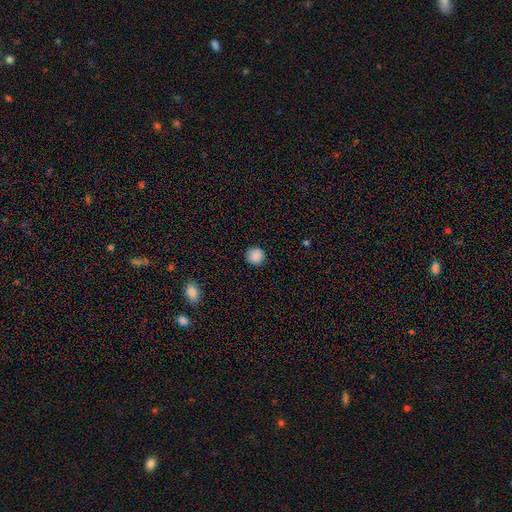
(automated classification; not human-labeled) Smooth or featured? smooth (88%)
How rounded? round (94%)
Merging? none (91%)